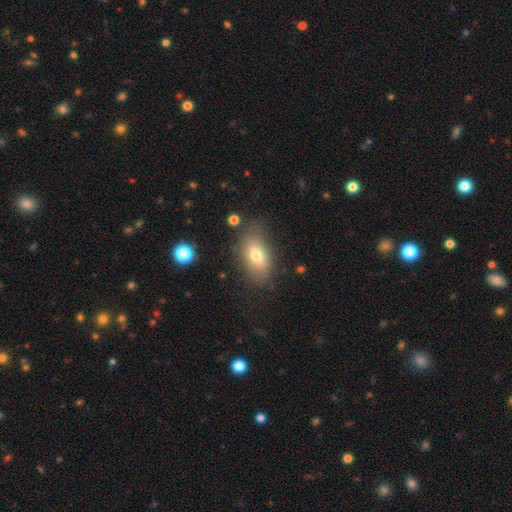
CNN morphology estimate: Q: Smooth or featured?
A: smooth (73%); runner-up: featured or disk (17%)
Q: How rounded?
A: in between (87%); runner-up: round (8%)
Q: Merging?
A: none (76%); runner-up: minor disturbance (16%)